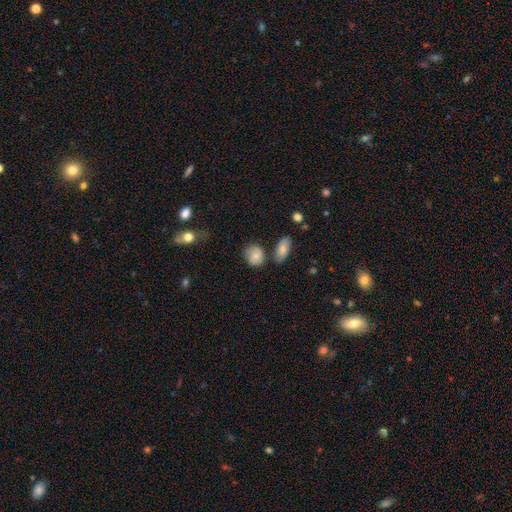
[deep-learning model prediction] A smooth galaxy with no disk features (74%) that is round (58%).

Vote fractions:
- Smooth or featured? smooth: 74% / featured or disk: 17% / star or artifact: 9%
- How rounded? round: 58% / in between: 40% / cigar-shaped: 2%
- Merging? none: 62% / minor disturbance: 22% / merger: 9% / major disturbance: 6%